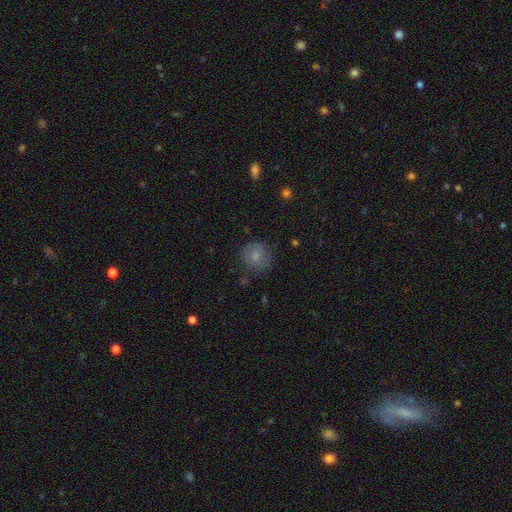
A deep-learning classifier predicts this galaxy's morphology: Smooth or featured?
  - smooth: 77% *
  - featured or disk: 13%
  - star or artifact: 10%
How rounded?
  - round: 87% *
  - in between: 12%
  - cigar-shaped: 1%
Merging?
  - none: 73% *
  - minor disturbance: 19%
  - major disturbance: 6%
  - merger: 2%